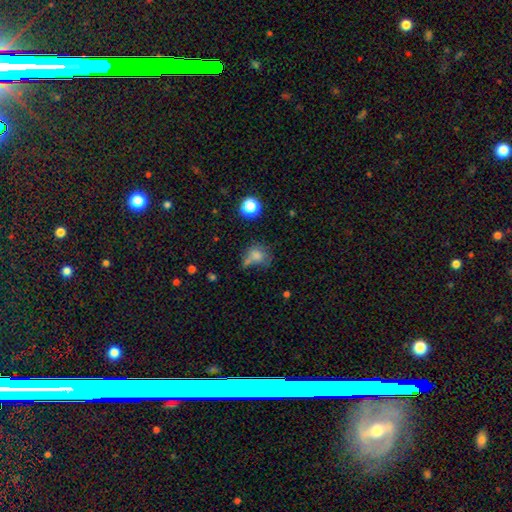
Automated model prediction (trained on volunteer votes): Smooth or featured? smooth (73%)
How rounded? round (61%)
Merging? none (37%)